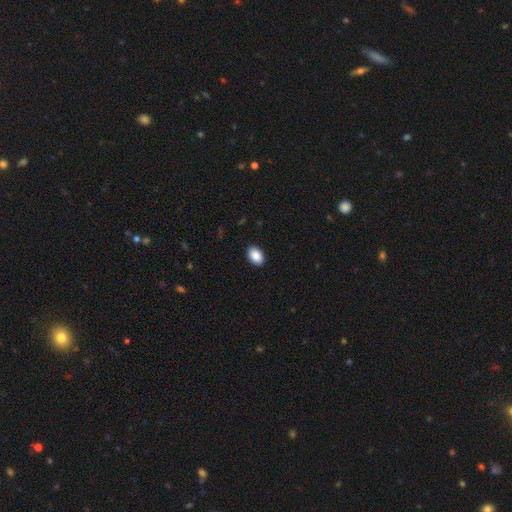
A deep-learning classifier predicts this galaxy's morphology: This appears to be a smooth galaxy with no disk features (90%) that is in between round and cigar-shaped (86%). Merging: none (91%).